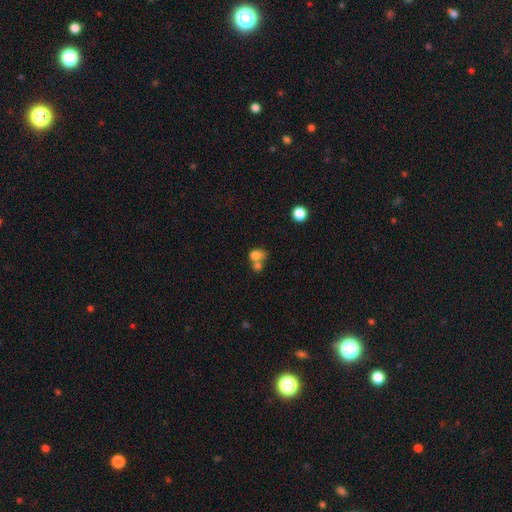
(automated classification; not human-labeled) Overall: smooth (75%). How rounded: round (56%; in between 43%). Merging: merger (60%; none 26%).